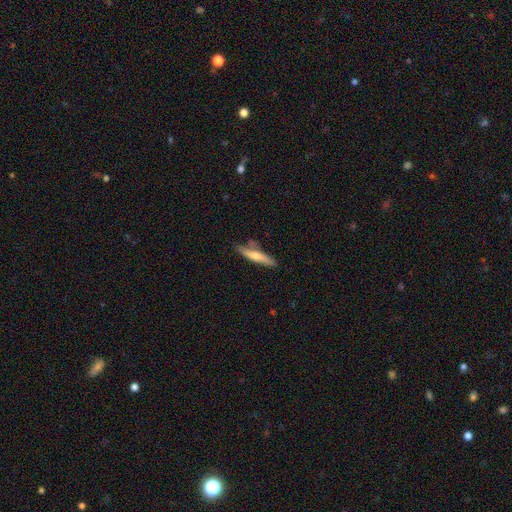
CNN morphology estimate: The model was most divided on "smooth or featured": smooth: 57%, featured or disk: 38%, star or artifact: 5%. More confident: how rounded — cigar-shaped (87%); merging — none (68%).